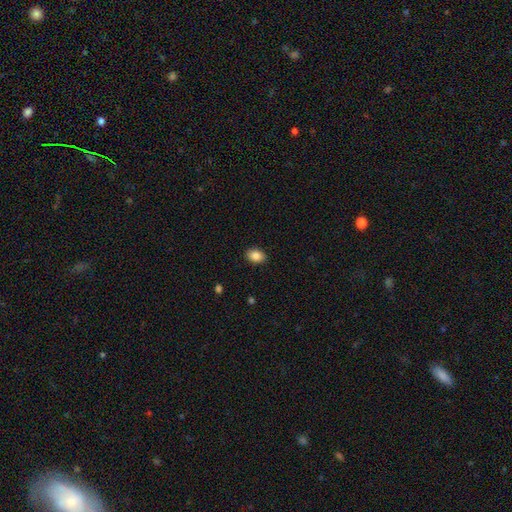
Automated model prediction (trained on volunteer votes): Q: Smooth or featured?
A: smooth (87%); runner-up: star or artifact (8%)
Q: How rounded?
A: in between (75%); runner-up: round (24%)
Q: Merging?
A: none (89%); runner-up: minor disturbance (8%)